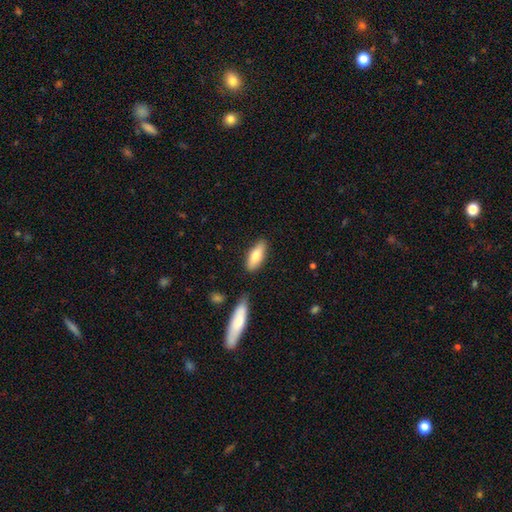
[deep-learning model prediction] Smooth or featured?
  - smooth: 75% *
  - featured or disk: 19%
  - star or artifact: 6%
How rounded?
  - in between: 71% *
  - cigar-shaped: 27%
  - round: 2%
Merging?
  - none: 81% *
  - minor disturbance: 12%
  - merger: 5%
  - major disturbance: 3%